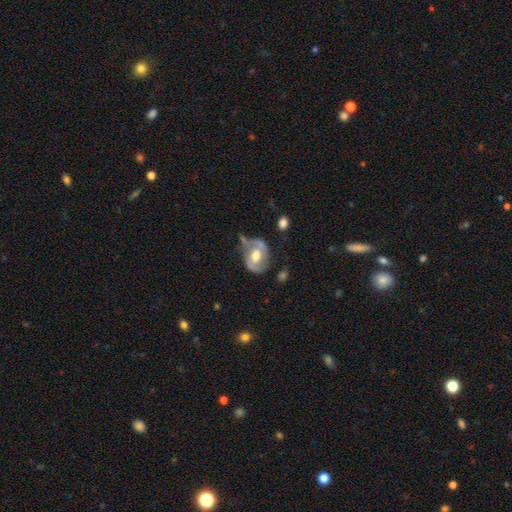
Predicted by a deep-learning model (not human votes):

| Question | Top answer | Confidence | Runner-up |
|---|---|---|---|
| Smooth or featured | featured or disk | 74% | smooth (21%) |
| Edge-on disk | no | 97% | yes (3%) |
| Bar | no | 51% | weak (36%) |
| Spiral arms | yes | 78% | no (22%) |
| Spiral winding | medium | 46% | loose (27%) |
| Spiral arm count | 2 | 81% | can't tell (9%) |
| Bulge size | moderate | 66% | large (23%) |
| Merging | none | 47% | minor disturbance (27%) |